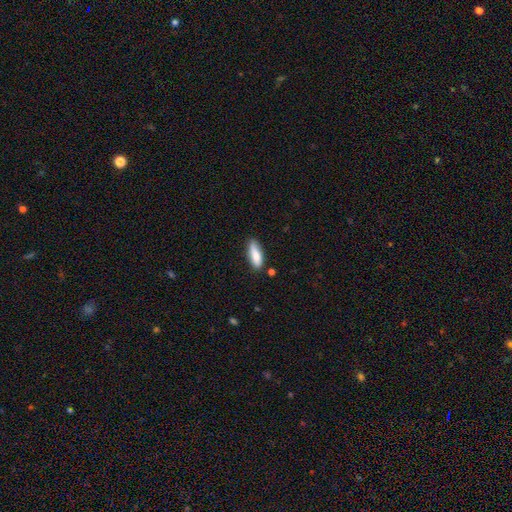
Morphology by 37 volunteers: A smooth galaxy with no disk features (78%) that is in between round and cigar-shaped (76%).

Vote fractions:
- Smooth or featured? smooth: 78% / featured or disk: 14% / star or artifact: 8%
- How rounded? in between: 76% / cigar-shaped: 24% / round: 0%
- Merging? none: 76% / minor disturbance: 15% / major disturbance: 9% / merger: 0%